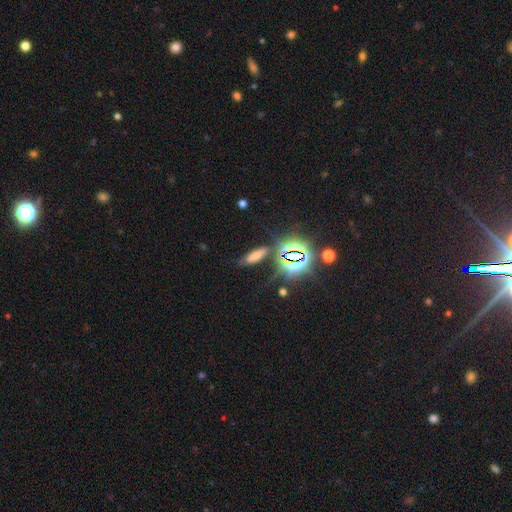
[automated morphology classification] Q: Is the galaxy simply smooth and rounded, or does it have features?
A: smooth — 55%.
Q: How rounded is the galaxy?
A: cigar-shaped — 49%.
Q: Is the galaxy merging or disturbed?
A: none — 71%.